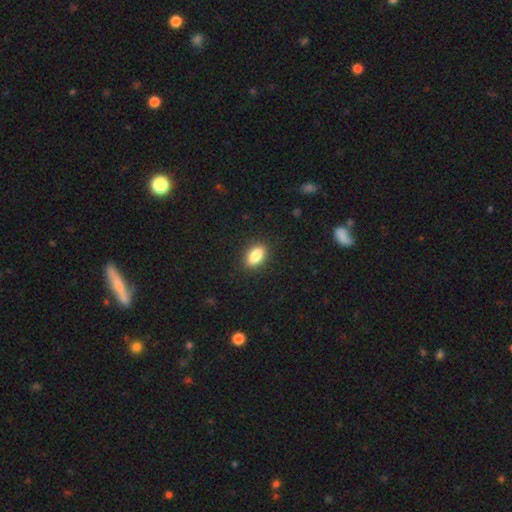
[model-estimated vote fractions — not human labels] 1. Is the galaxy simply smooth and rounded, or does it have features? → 84% smooth, 8% star or artifact, 8% featured or disk.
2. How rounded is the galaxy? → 87% in between, 7% round, 7% cigar-shaped.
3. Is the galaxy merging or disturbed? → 88% none, 8% minor disturbance, 2% major disturbance, 1% merger.